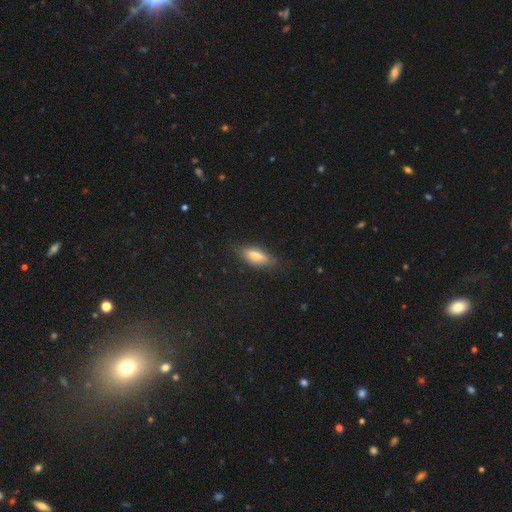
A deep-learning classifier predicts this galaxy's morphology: This appears to be a smooth galaxy with no disk features (64%) that is in between round and cigar-shaped (67%). Merging: none (80%).